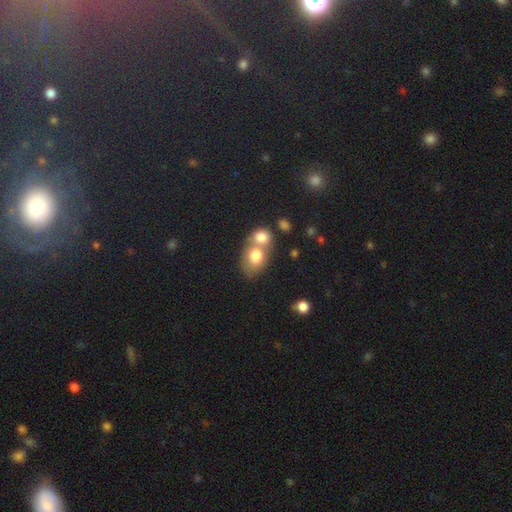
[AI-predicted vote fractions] smooth 77%, featured or disk 15%, star or artifact 8%. Down the decision tree: how rounded — in between (55%); merging — merger (61%).